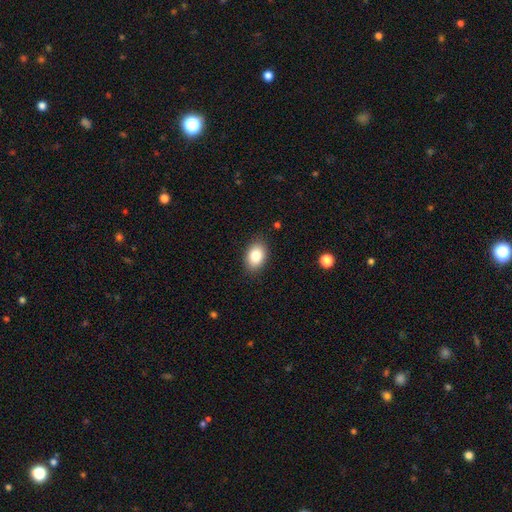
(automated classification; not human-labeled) Smooth or featured? Predicted: smooth (p=0.84). How rounded? Predicted: in between (p=0.82). Merging? Predicted: none (p=0.87).